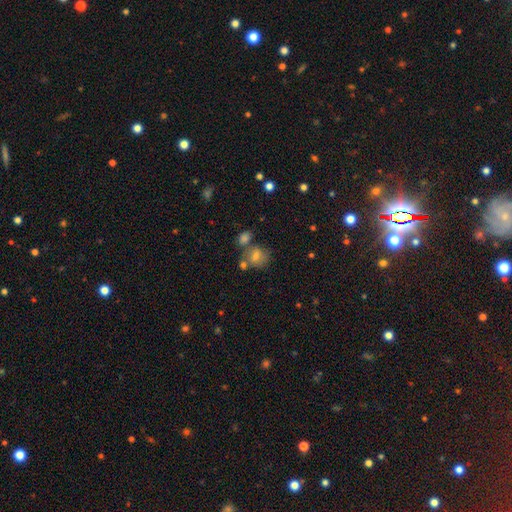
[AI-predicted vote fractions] smooth 68%, featured or disk 18%, star or artifact 14%. Down the decision tree: how rounded — round (58%); merging — none (52%).